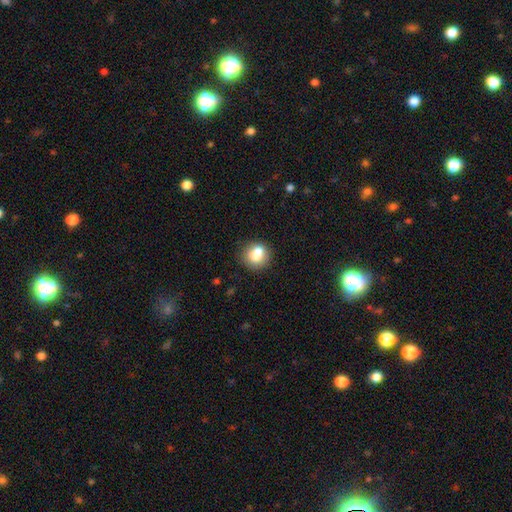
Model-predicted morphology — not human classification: smooth 72%, featured or disk 18%, star or artifact 10%. Down the decision tree: how rounded — round (78%); merging — none (52%).